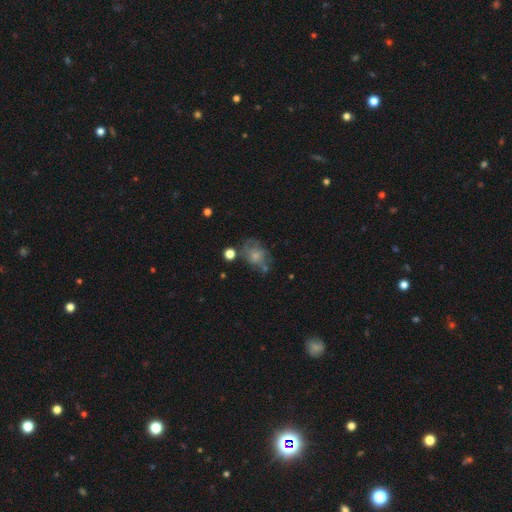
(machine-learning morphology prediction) Overall: smooth (52%; featured or disk 35%). How rounded: in between (60%; round 39%). Merging: none (42%; minor disturbance 26%).